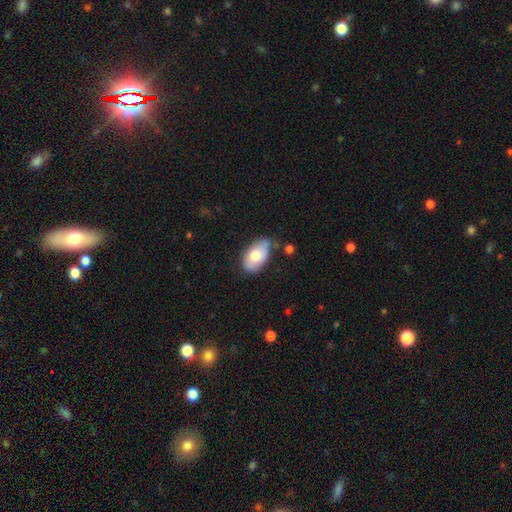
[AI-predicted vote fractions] Q: Smooth or featured?
A: smooth (71%); runner-up: featured or disk (22%)
Q: How rounded?
A: in between (93%); runner-up: round (5%)
Q: Merging?
A: none (60%); runner-up: minor disturbance (30%)